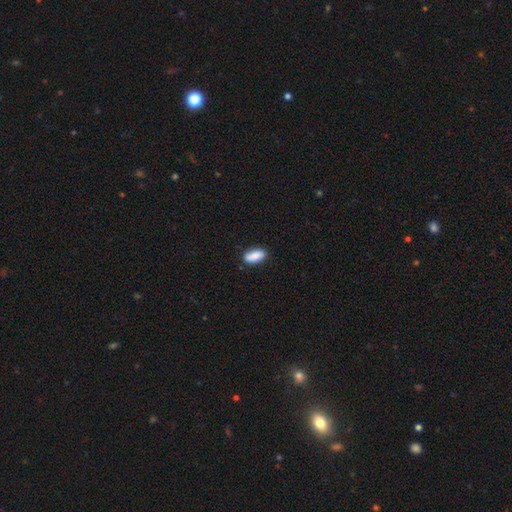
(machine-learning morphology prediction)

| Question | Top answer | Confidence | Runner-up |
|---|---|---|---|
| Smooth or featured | smooth | 87% | star or artifact (7%) |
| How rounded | in between | 87% | cigar-shaped (10%) |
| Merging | none | 83% | minor disturbance (13%) |